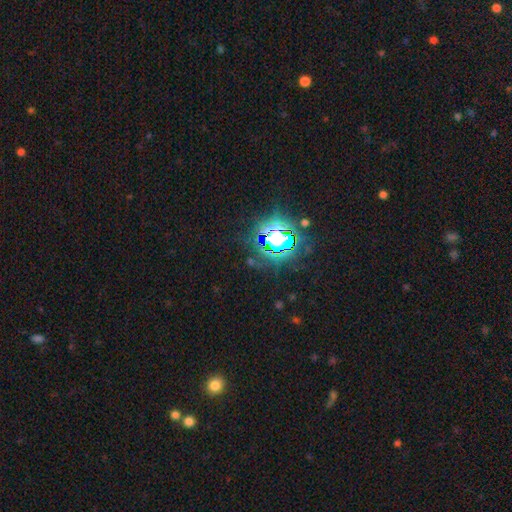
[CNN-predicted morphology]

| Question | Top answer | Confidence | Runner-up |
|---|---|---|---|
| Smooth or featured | star or artifact | 85% | smooth (9%) |